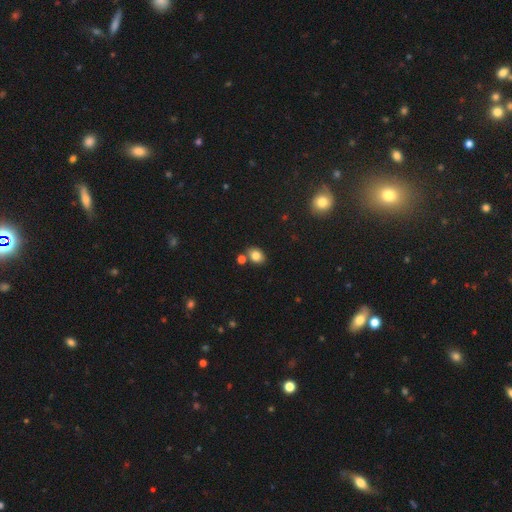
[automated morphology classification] A smooth galaxy with no disk features (81%) that is in between round and cigar-shaped (62%).

Vote fractions:
- Smooth or featured? smooth: 81% / star or artifact: 11% / featured or disk: 8%
- How rounded? in between: 62% / round: 37% / cigar-shaped: 1%
- Merging? none: 74% / merger: 13% / minor disturbance: 11% / major disturbance: 3%